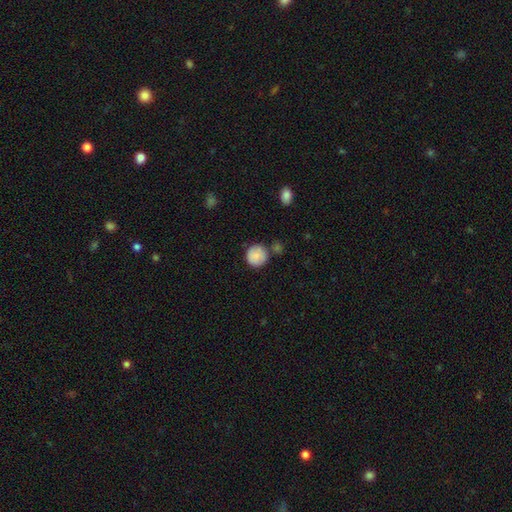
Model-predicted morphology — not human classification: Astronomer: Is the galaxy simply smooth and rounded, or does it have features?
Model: smooth — 87%.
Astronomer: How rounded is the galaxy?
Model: round — 92%.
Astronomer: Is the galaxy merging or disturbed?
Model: none — 74%.